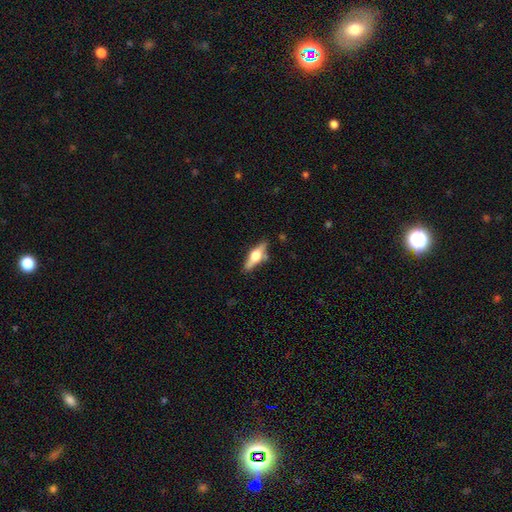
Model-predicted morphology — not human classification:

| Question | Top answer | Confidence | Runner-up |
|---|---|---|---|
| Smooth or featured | featured or disk | 62% | smooth (31%) |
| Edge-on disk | yes | 94% | no (6%) |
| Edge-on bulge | rounded | 94% | boxy (5%) |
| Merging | none | 79% | minor disturbance (13%) |